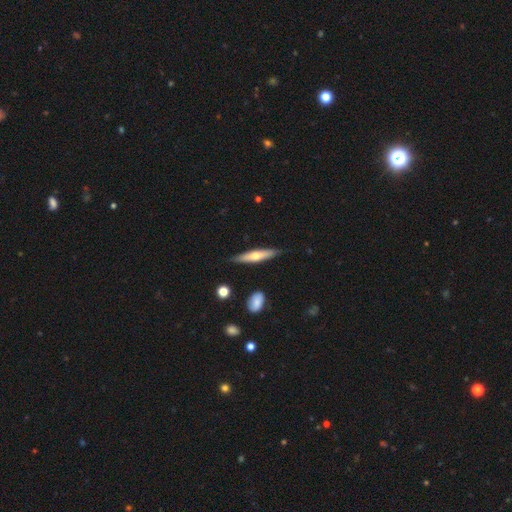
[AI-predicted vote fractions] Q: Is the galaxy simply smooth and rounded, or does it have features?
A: featured or disk — 48%.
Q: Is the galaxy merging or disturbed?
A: none — 85%.